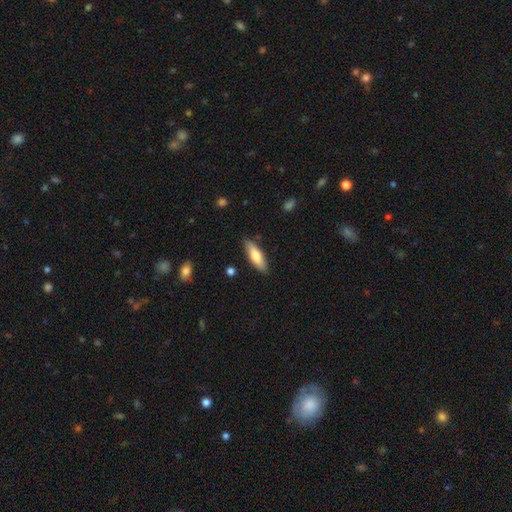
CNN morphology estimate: Smooth or featured?
  - smooth: 70% *
  - featured or disk: 25%
  - star or artifact: 6%
How rounded?
  - cigar-shaped: 54% *
  - in between: 44%
  - round: 2%
Merging?
  - none: 85% *
  - minor disturbance: 11%
  - major disturbance: 2%
  - merger: 2%